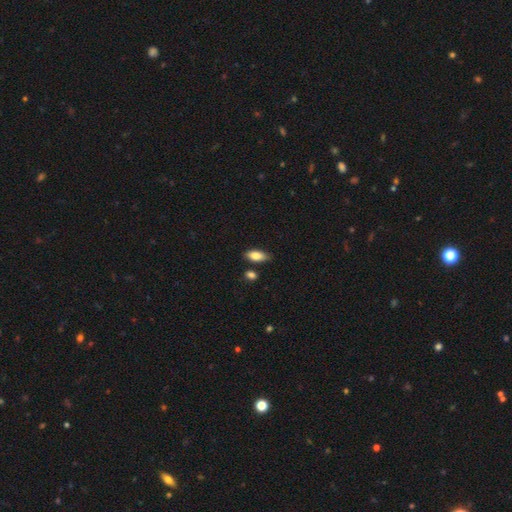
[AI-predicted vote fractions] The model was most divided on "merging": none: 78%, minor disturbance: 14%, merger: 5%, major disturbance: 3%. More confident: how rounded — in between (85%); smooth or featured — smooth (81%).